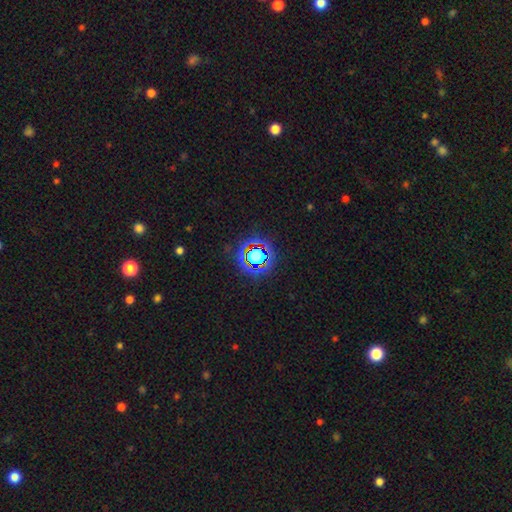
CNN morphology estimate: Q: Smooth or featured?
A: star or artifact (64%); runner-up: smooth (23%)